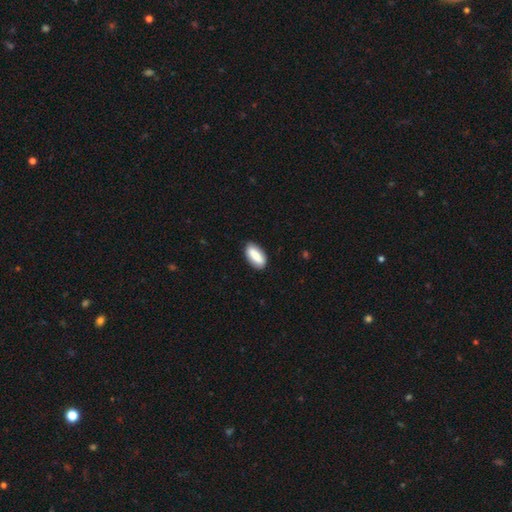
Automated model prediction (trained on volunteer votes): A smooth galaxy with no disk features (81%) that is in between round and cigar-shaped (88%).

Vote fractions:
- Smooth or featured? smooth: 81% / featured or disk: 13% / star or artifact: 6%
- How rounded? in between: 88% / cigar-shaped: 10% / round: 2%
- Merging? none: 85% / minor disturbance: 11% / major disturbance: 2% / merger: 1%